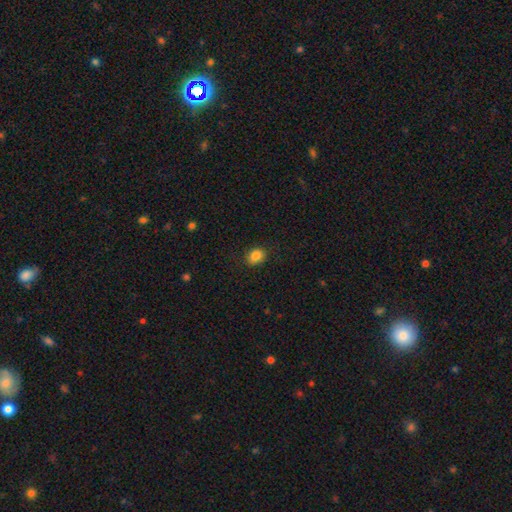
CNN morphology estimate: This is clearly a smooth galaxy (85%). How rounded: possibly in between (59%). Merging: clearly none (84%).